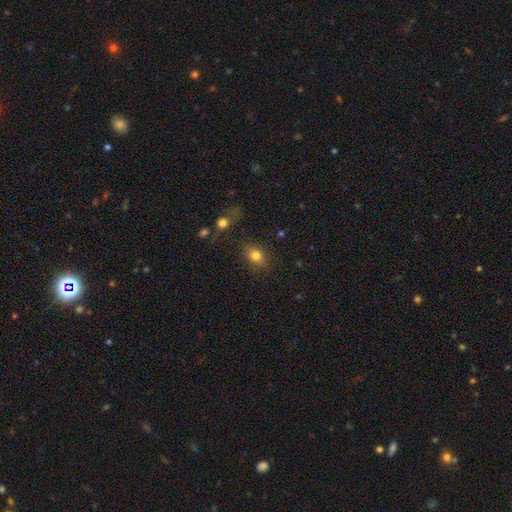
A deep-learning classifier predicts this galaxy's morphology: Overall: smooth (80%). How rounded: in between (65%; round 34%). Merging: none (80%).